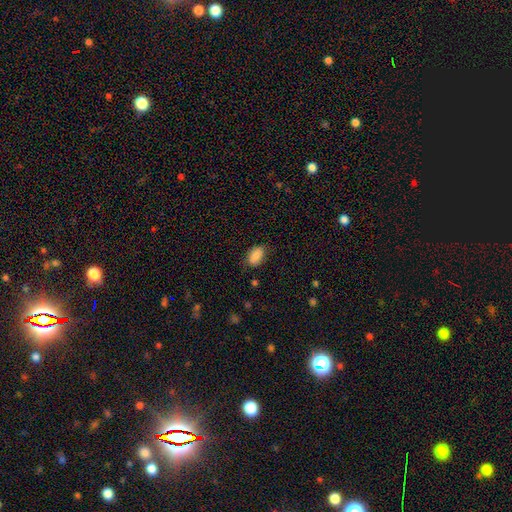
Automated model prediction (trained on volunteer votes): smooth_or_featured: smooth (p=0.87) [alt: star or artifact p=0.07]
how_rounded: in between (p=0.91) [alt: round p=0.07]
merging: none (p=0.76) [alt: minor disturbance p=0.19]